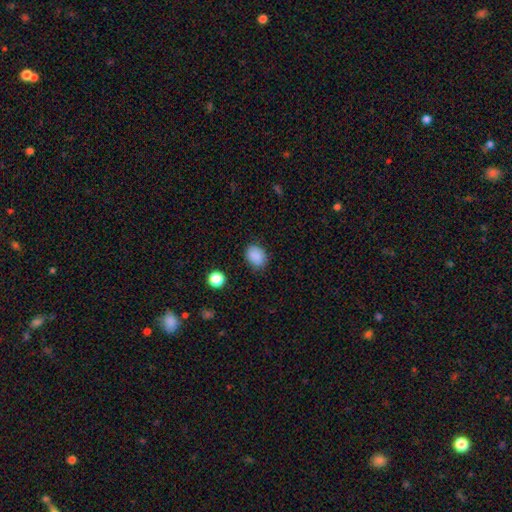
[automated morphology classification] The model was most divided on "how rounded": in between: 59%, round: 40%, cigar-shaped: 1%. More confident: smooth or featured — smooth (88%); merging — none (81%).